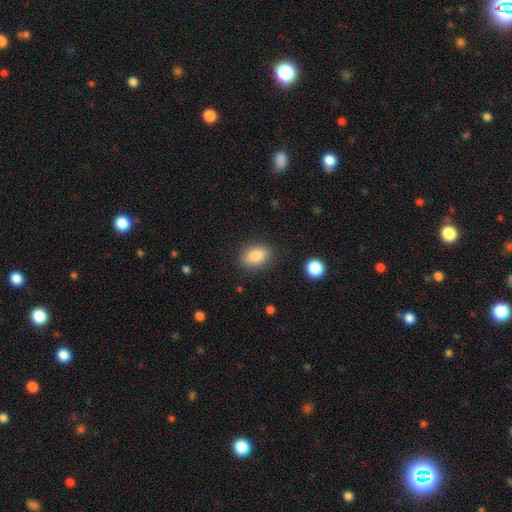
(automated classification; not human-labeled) This appears to be a smooth galaxy with no disk features (86%) that is in between round and cigar-shaped (84%). Merging: none (86%).